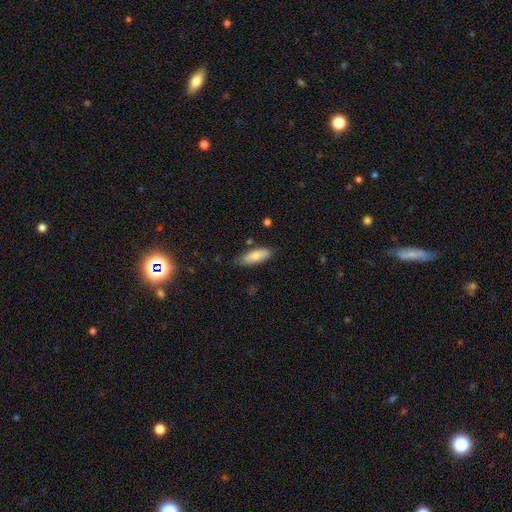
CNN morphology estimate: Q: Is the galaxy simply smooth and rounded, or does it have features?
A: smooth — 78%.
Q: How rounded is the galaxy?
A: in between — 68%.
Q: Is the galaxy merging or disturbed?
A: none — 76%.